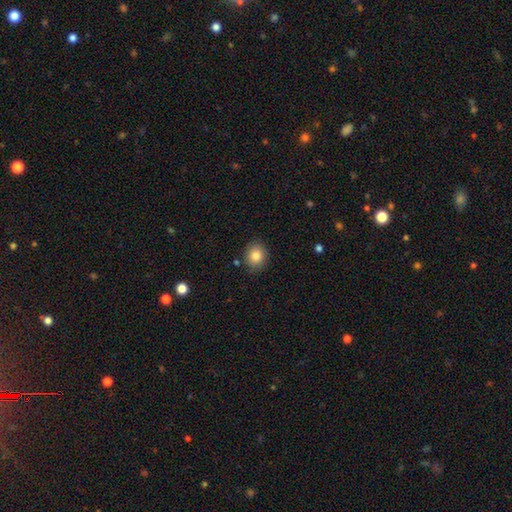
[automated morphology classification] smooth_or_featured: smooth (p=0.84) [alt: star or artifact p=0.09]
how_rounded: round (p=0.66) [alt: in between p=0.33]
merging: none (p=0.85) [alt: minor disturbance p=0.10]